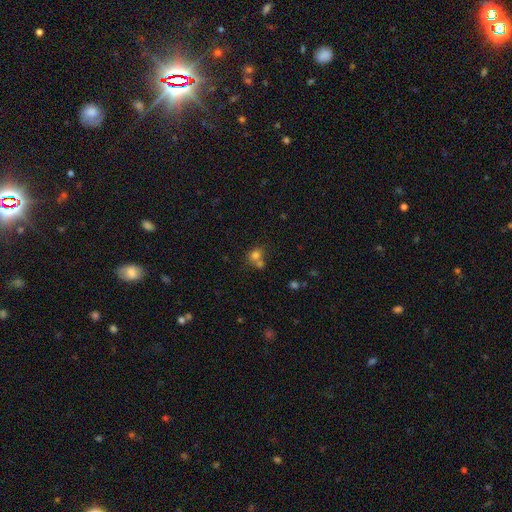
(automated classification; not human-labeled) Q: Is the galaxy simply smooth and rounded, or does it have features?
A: smooth — 74%.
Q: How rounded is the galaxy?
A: round — 73%.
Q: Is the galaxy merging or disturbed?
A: none — 46%.